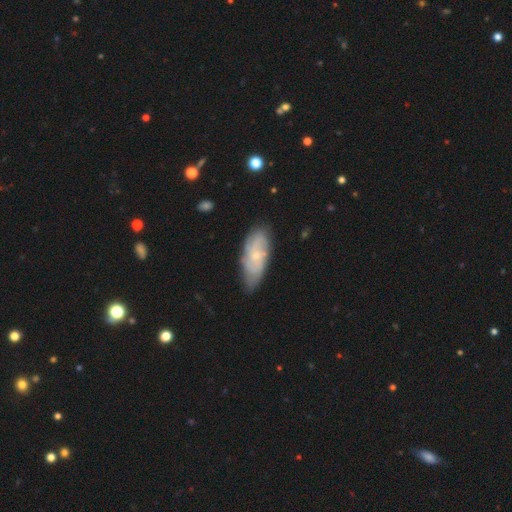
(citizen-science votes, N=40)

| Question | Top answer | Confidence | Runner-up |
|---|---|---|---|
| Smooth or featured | featured or disk | 68% | smooth (28%) |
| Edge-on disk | no | 93% | yes (7%) |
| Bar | no | 68% | weak (28%) |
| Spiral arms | yes | 76% | no (24%) |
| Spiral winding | tight | 42% | medium (32%) |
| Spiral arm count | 2 | 68% | 3 (11%) |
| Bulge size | small | 80% | moderate (20%) |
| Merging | none | 53% | minor disturbance (39%) |